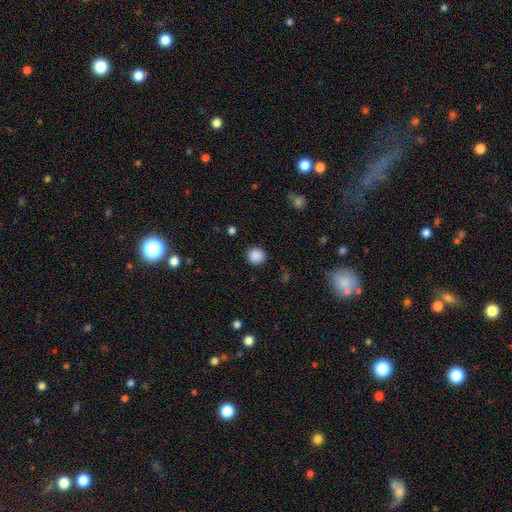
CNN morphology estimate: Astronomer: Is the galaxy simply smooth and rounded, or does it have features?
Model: smooth — 87%.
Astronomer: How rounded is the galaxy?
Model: round — 91%.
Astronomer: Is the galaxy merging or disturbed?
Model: none — 90%.